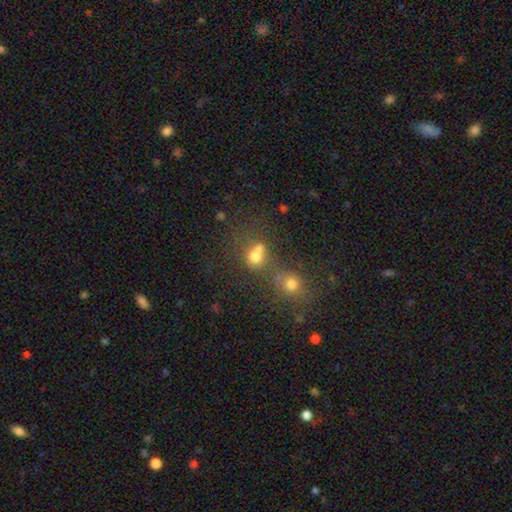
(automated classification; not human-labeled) smooth 68%, star or artifact 20%, featured or disk 12%. Down the decision tree: how rounded — round (72%); merging — merger (46%).